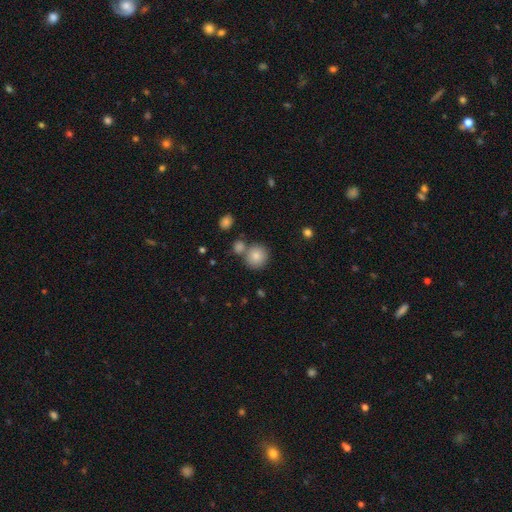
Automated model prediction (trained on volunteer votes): A smooth galaxy with no disk features (83%) that is round (88%). Merging: none (67%).